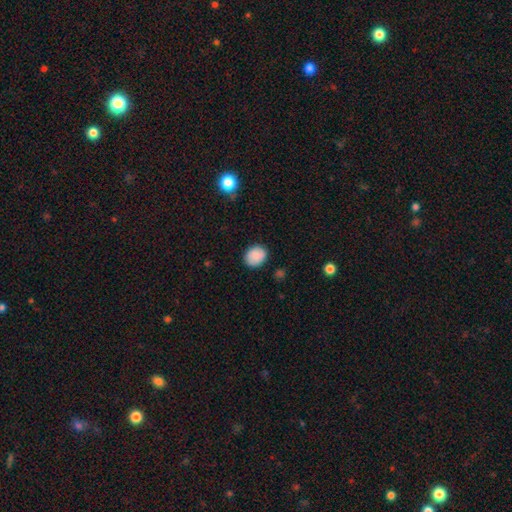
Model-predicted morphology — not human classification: A smooth galaxy with no disk features (88%) that is round (60%).

Vote fractions:
- Smooth or featured? smooth: 88% / star or artifact: 8% / featured or disk: 4%
- How rounded? round: 60% / in between: 39% / cigar-shaped: 1%
- Merging? none: 85% / minor disturbance: 11% / major disturbance: 2% / merger: 1%